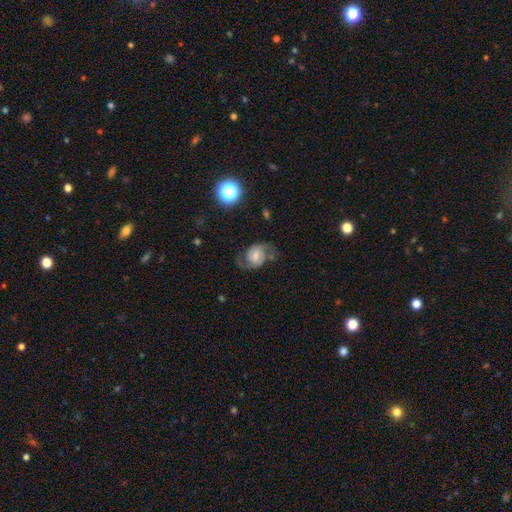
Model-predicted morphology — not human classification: Smooth or featured: featured or disk — 74% (smooth — 17%)
Edge-on disk: no — 98% (yes — 2%)
Bar: weak — 48% (no — 39%)
Spiral arms: yes — 93% (no — 7%)
Spiral winding: medium — 52% (loose — 26%)
Spiral arm count: 2 — 89% (can't tell — 5%)
Bulge size: moderate — 42% (small — 40%)
Merging: none — 64% (minor disturbance — 20%)